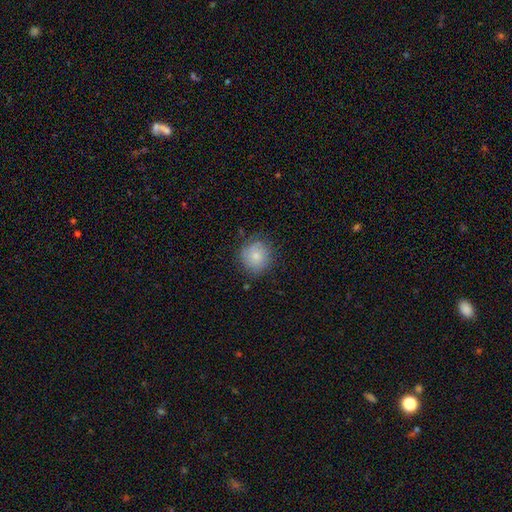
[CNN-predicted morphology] The model was most divided on "merging": none: 76%, minor disturbance: 18%, major disturbance: 4%, merger: 2%. More confident: how rounded — round (90%); smooth or featured — smooth (77%).